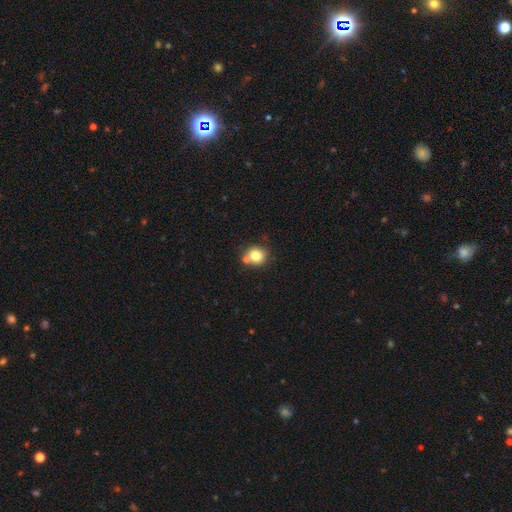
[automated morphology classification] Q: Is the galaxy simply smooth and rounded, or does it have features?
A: smooth — 79%.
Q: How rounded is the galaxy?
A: round — 87%.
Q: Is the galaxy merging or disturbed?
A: none — 65%.